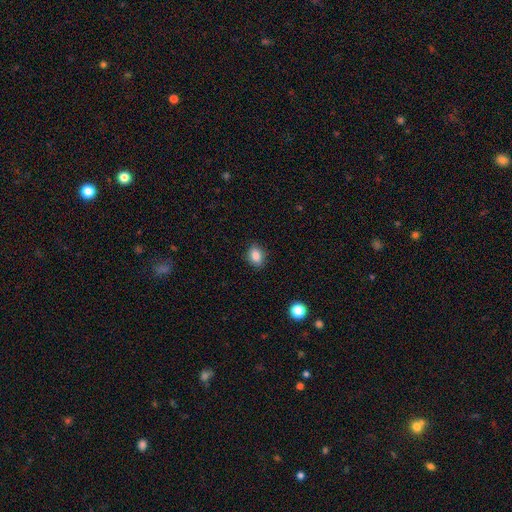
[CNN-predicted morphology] type=smooth (86%); roundness=in between (72%); merging=none (86%).